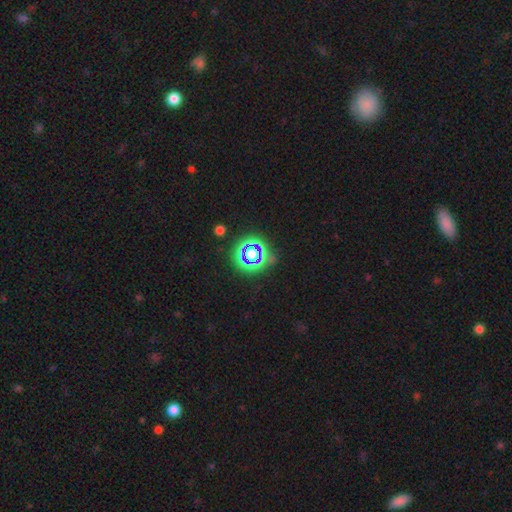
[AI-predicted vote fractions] The model was most divided on "smooth or featured": star or artifact: 74%, smooth: 17%, featured or disk: 9%.